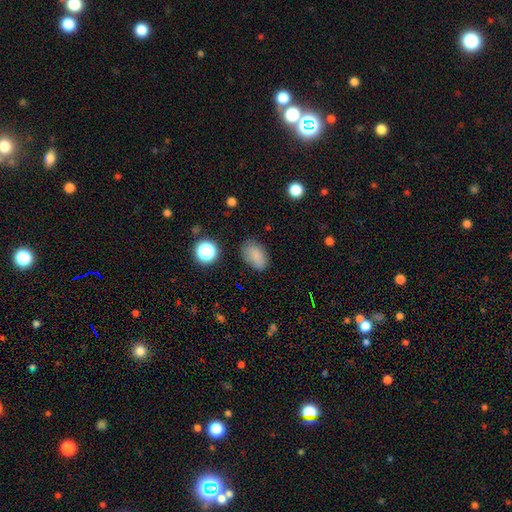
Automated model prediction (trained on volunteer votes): The model was most divided on "merging": none: 74%, minor disturbance: 18%, major disturbance: 5%, merger: 2%. More confident: how rounded — in between (86%); smooth or featured — smooth (81%).